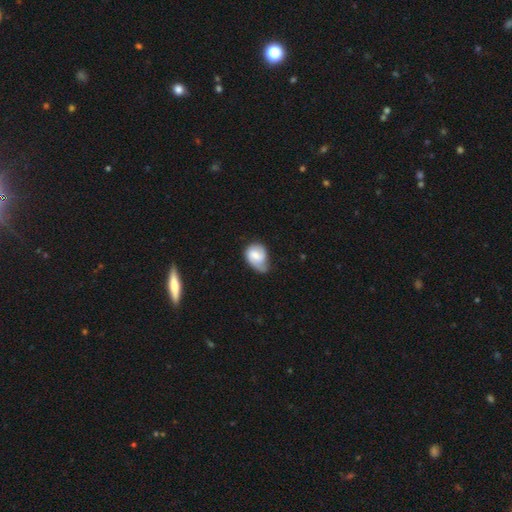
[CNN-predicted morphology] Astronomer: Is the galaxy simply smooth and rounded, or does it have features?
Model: featured or disk — 48% (runner-up: smooth, 45%).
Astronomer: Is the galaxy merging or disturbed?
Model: none — 42% (runner-up: minor disturbance, 41%).